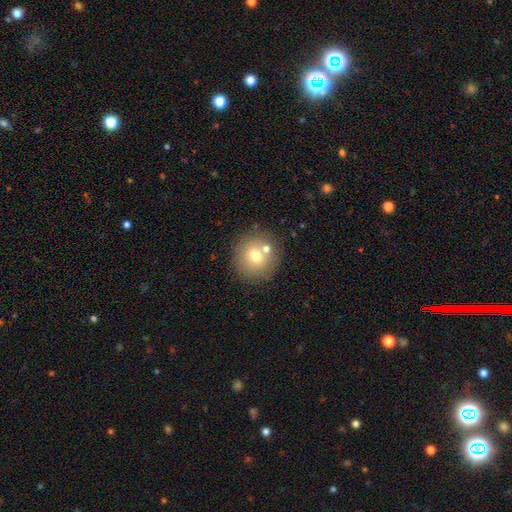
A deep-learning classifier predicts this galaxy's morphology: This is likely a smooth galaxy (68%). How rounded: clearly round (90%). Merging: likely none (75%).